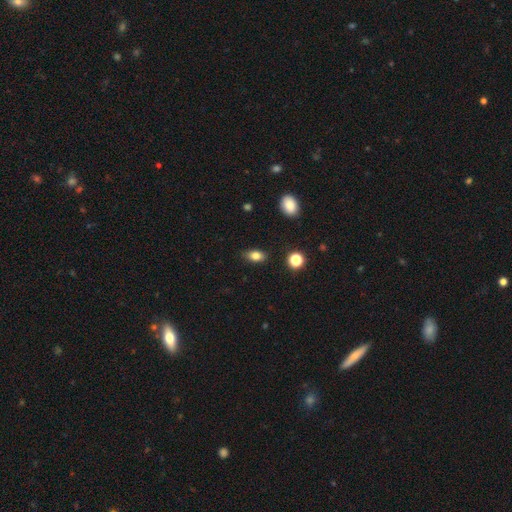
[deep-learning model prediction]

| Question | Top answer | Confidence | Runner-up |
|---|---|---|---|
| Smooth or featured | smooth | 82% | star or artifact (10%) |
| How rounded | in between | 85% | round (13%) |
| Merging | none | 85% | minor disturbance (11%) |